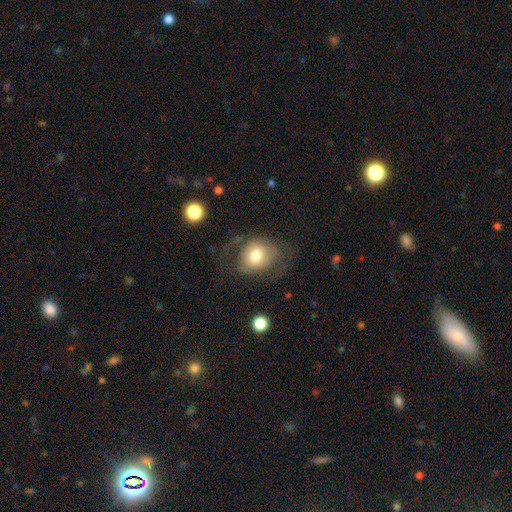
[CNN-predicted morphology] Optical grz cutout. It shows a smooth galaxy with no disk features (70%) that is round (56%). Merging: none (50%).